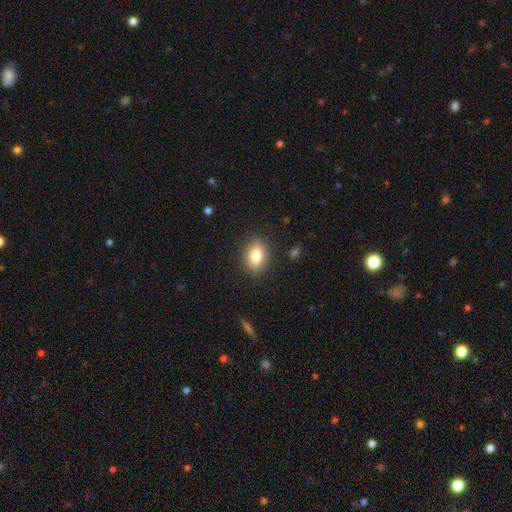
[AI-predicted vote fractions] smooth 76%, featured or disk 15%, star or artifact 9%. Down the decision tree: how rounded — in between (76%); merging — none (87%).